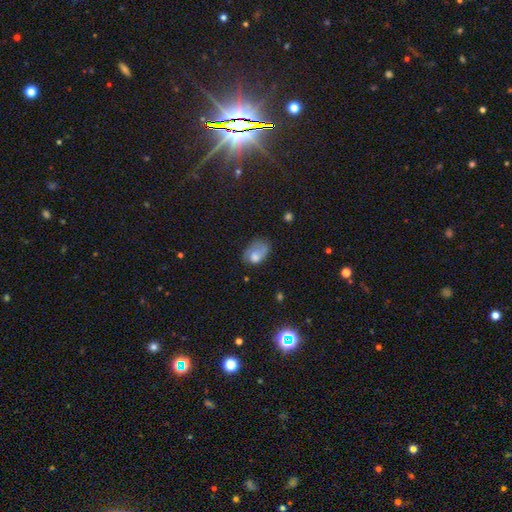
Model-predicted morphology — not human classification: smooth-or-featured: smooth: 67% | featured or disk: 23% | star or artifact: 10%
  how-rounded: in between: 82% | round: 17% | cigar-shaped: 1%
  merging: minor disturbance: 34% (tied) | none: 34% (tied) | major disturbance: 28% | merger: 5%